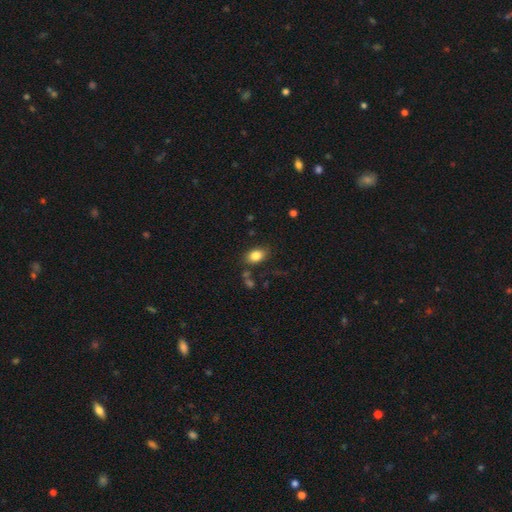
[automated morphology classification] Smooth or featured? smooth (83%)
How rounded? in between (82%)
Merging? none (77%)